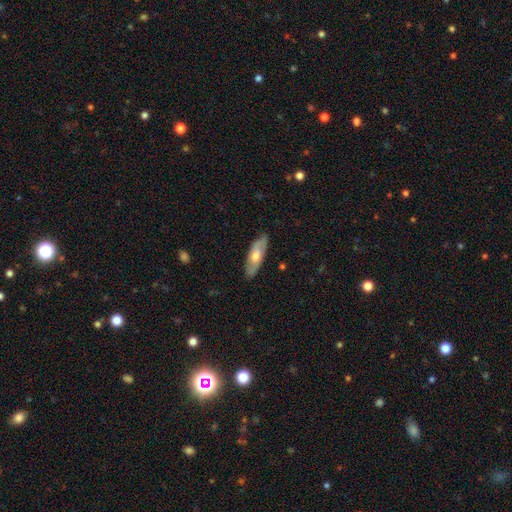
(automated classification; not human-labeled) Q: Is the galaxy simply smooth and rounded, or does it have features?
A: smooth — 50%.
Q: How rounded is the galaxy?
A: in between — 60%.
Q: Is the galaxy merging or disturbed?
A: none — 85%.